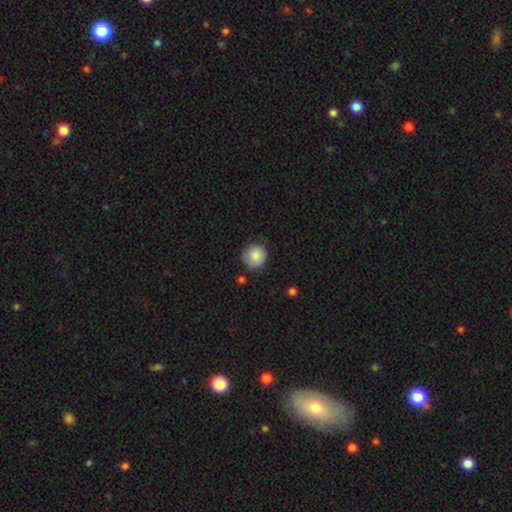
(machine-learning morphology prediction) Smooth or featured? Predicted: smooth (p=0.85). How rounded? Predicted: round (p=0.90). Merging? Predicted: none (p=0.75).